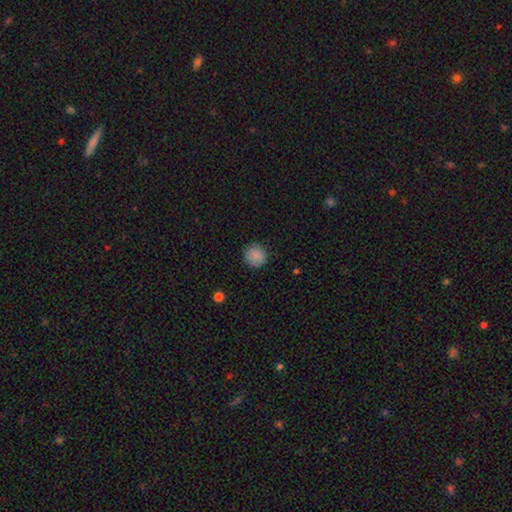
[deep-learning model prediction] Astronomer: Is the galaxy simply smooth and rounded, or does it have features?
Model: smooth — 87%.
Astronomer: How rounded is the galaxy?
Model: round — 94%.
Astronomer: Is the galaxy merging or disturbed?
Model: none — 89%.